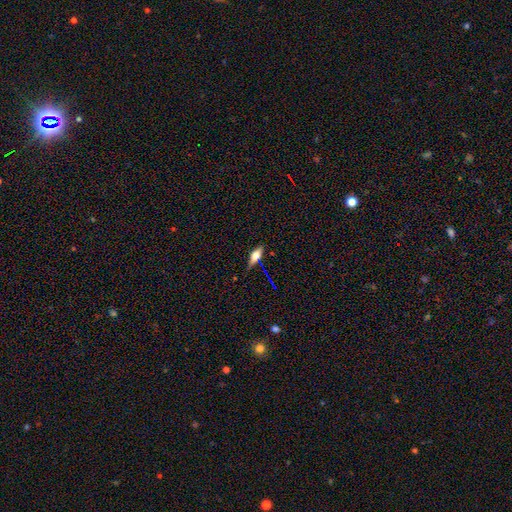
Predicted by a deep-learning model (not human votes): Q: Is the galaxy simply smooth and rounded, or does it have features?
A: smooth — 49%.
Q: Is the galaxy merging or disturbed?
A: none — 76%.